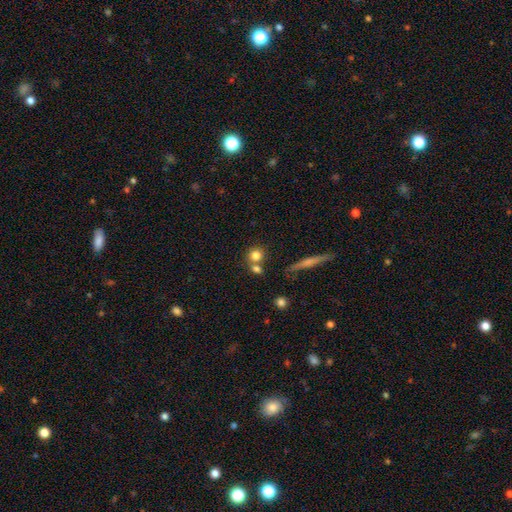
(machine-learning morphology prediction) This is likely a smooth galaxy (78%). How rounded: clearly round (86%). Merging: possibly none (57%).